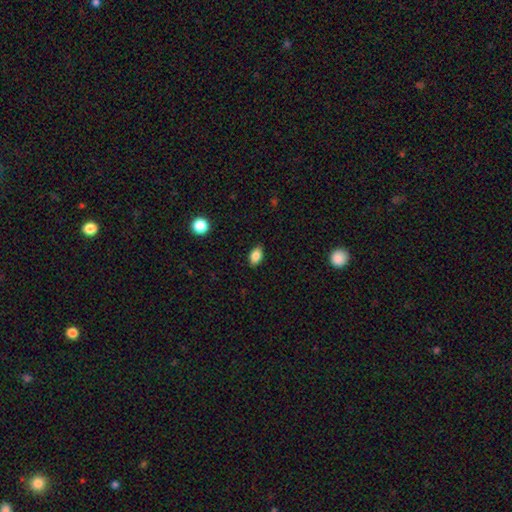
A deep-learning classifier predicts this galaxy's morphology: Smooth or featured?
  - smooth: 86% *
  - star or artifact: 9%
  - featured or disk: 5%
How rounded?
  - in between: 87% *
  - round: 11%
  - cigar-shaped: 2%
Merging?
  - none: 87% *
  - minor disturbance: 10%
  - major disturbance: 2%
  - merger: 1%